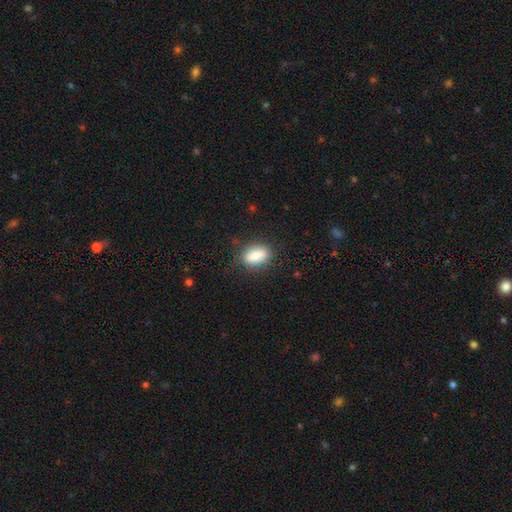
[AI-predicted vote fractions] Q: Smooth or featured?
A: smooth (84%); runner-up: featured or disk (9%)
Q: How rounded?
A: in between (83%); runner-up: cigar-shaped (9%)
Q: Merging?
A: none (79%); runner-up: minor disturbance (15%)